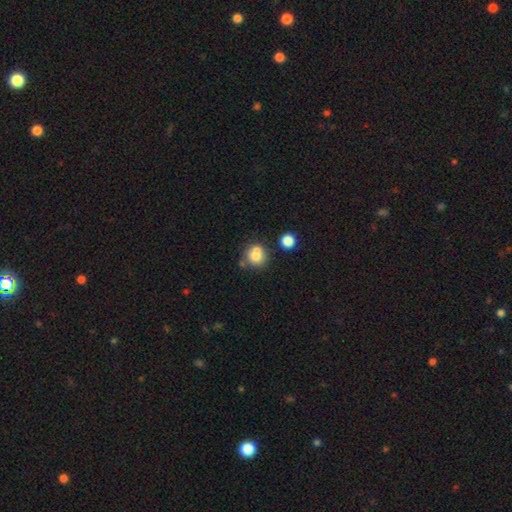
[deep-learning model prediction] A smooth galaxy with no disk features (75%) that is round (86%).

Vote fractions:
- Smooth or featured? smooth: 75% / featured or disk: 14% / star or artifact: 11%
- How rounded? round: 86% / in between: 13% / cigar-shaped: 1%
- Merging? none: 53% / merger: 31% / minor disturbance: 12% / major disturbance: 4%